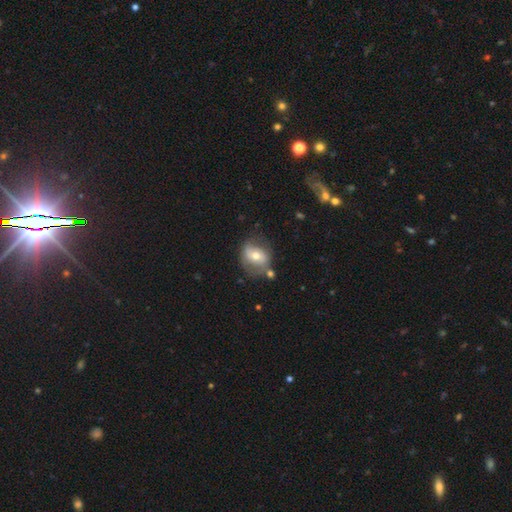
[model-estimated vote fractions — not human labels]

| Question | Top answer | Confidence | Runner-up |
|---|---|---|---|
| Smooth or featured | featured or disk | 51% | smooth (41%) |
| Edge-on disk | no | 94% | yes (6%) |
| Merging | none | 59% | minor disturbance (22%) |